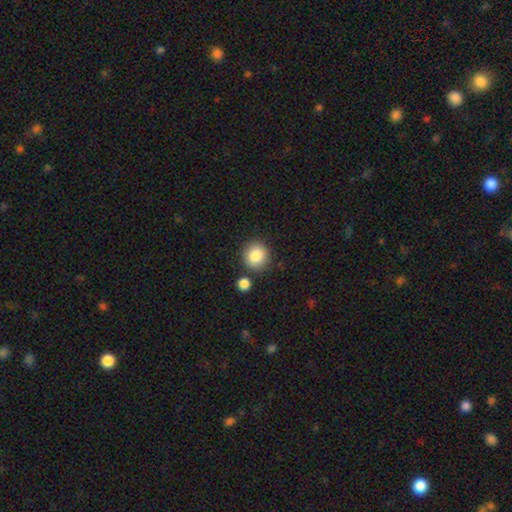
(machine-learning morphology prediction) A smooth galaxy with no disk features (87%) that is round (86%).

Vote fractions:
- Smooth or featured? smooth: 87% / star or artifact: 8% / featured or disk: 5%
- How rounded? round: 86% / in between: 13% / cigar-shaped: 1%
- Merging? none: 81% / minor disturbance: 9% / merger: 8% / major disturbance: 3%